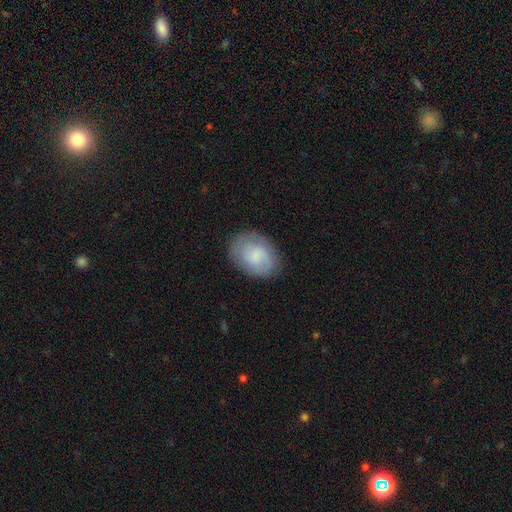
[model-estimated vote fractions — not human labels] smooth 52%, featured or disk 41%, star or artifact 7%. Down the decision tree: how rounded — in between (72%); merging — none (81%).